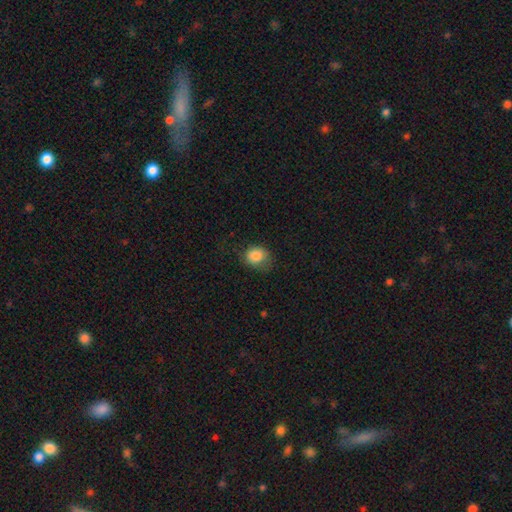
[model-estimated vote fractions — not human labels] This appears to be a smooth galaxy with no disk features (85%) that is round (63%). Merging: none (60%).